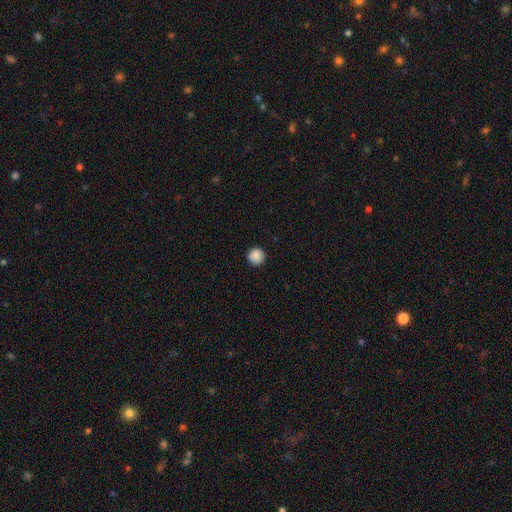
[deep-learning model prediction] smooth-or-featured: smooth: 87% | star or artifact: 9% | featured or disk: 4%
  how-rounded: round: 95% | in between: 4% | cigar-shaped: 1%
  merging: none: 88% | minor disturbance: 9% | major disturbance: 2% | merger: 1%